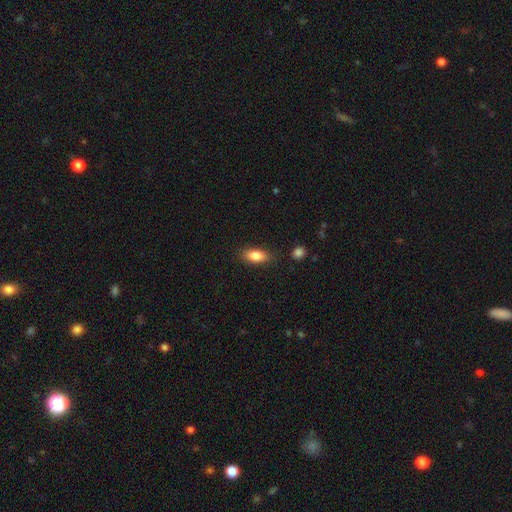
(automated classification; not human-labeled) Smooth or featured?
  - smooth: 84% *
  - featured or disk: 9%
  - star or artifact: 7%
How rounded?
  - in between: 85% *
  - cigar-shaped: 11%
  - round: 4%
Merging?
  - none: 83% *
  - minor disturbance: 12%
  - major disturbance: 3%
  - merger: 2%